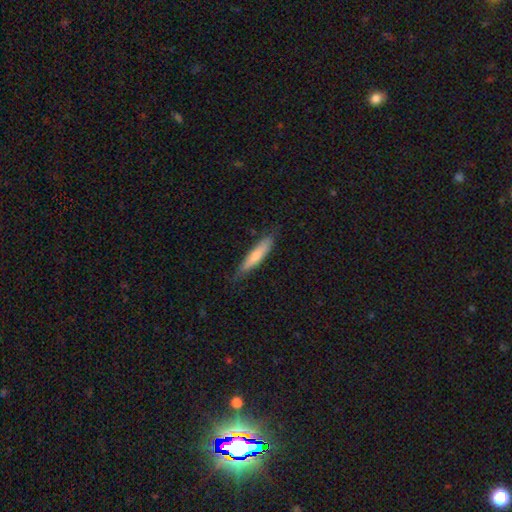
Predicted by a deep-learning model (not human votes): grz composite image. It shows a smooth galaxy with no disk features (59%) that is cigar-shaped (89%). Merging: none (81%).